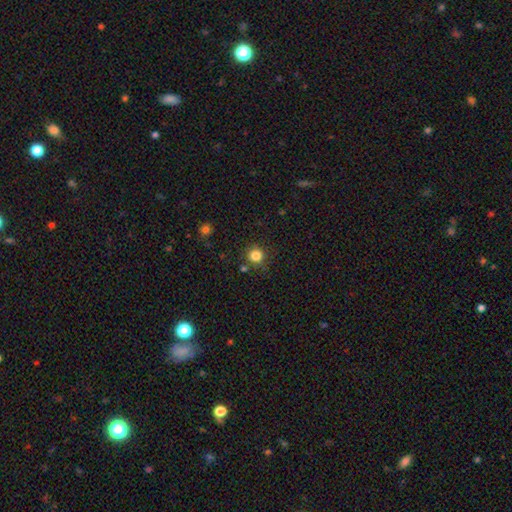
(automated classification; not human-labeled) This appears to be a smooth galaxy with no disk features (84%) that is round (93%). Merging: none (84%).